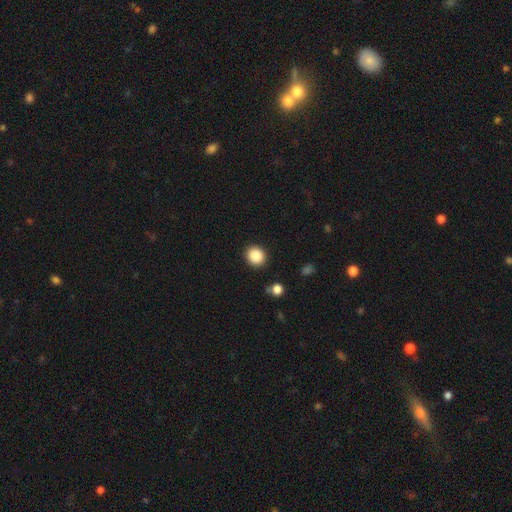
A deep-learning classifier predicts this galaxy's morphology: This appears to be a smooth galaxy with no disk features (88%) that is round (84%). Merging: none (89%).